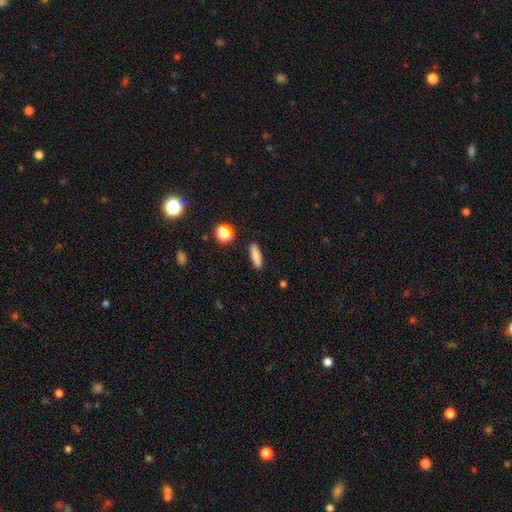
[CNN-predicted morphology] smooth 83%, star or artifact 9%, featured or disk 7%. Down the decision tree: how rounded — cigar-shaped (65%); merging — none (89%).